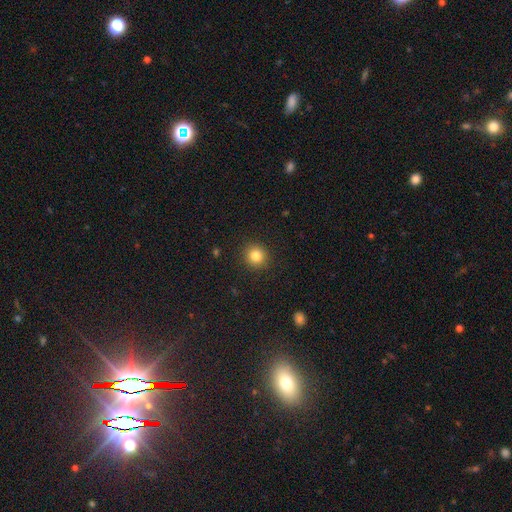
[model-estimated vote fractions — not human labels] This is clearly a smooth galaxy (83%). How rounded: clearly round (92%). Merging: clearly none (92%).